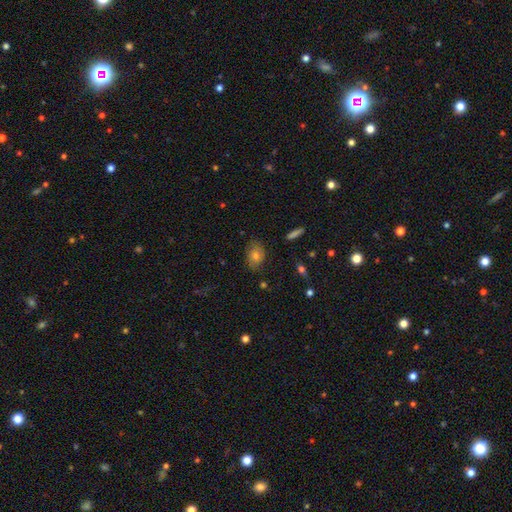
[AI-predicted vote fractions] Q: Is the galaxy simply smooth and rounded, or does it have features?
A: smooth — 73%.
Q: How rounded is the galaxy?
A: in between — 76%.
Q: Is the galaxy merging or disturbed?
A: none — 77%.